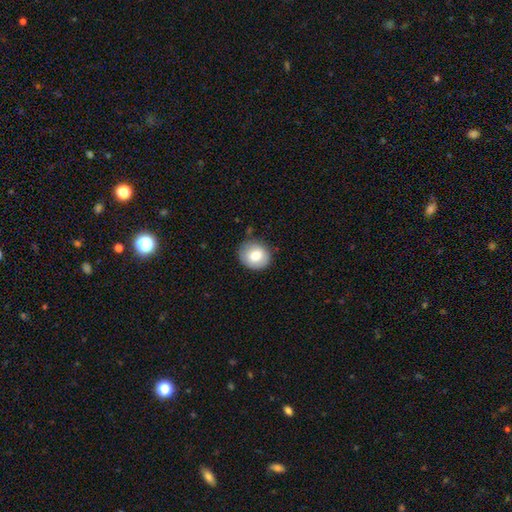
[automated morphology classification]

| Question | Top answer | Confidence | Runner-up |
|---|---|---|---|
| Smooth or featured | smooth | 78% | featured or disk (14%) |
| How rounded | round | 73% | in between (26%) |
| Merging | none | 80% | minor disturbance (15%) |